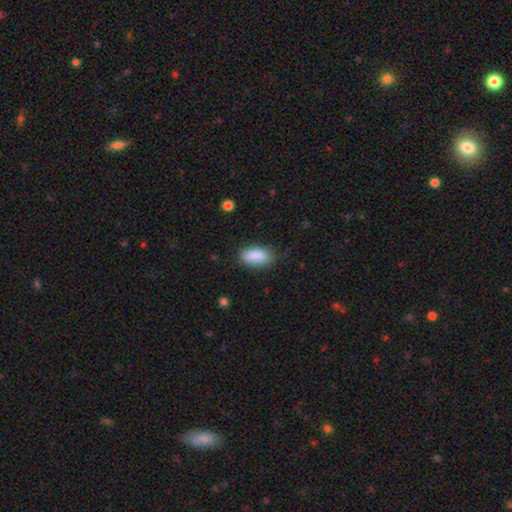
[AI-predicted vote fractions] A smooth galaxy with no disk features (87%) that is in between round and cigar-shaped (86%). Merging: none (74%).